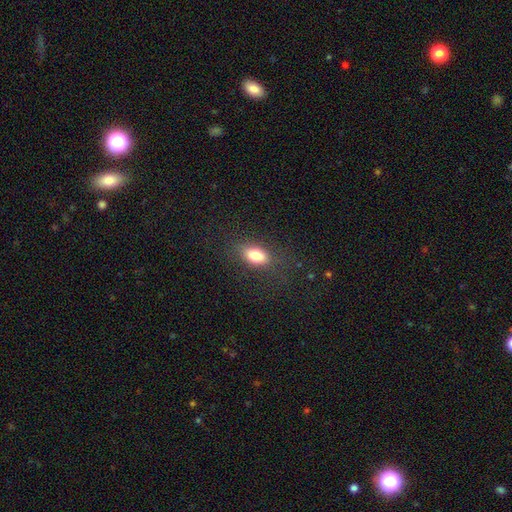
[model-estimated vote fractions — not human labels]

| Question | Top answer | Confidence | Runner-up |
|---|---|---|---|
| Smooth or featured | smooth | 80% | featured or disk (10%) |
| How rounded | in between | 86% | round (8%) |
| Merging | none | 80% | minor disturbance (13%) |